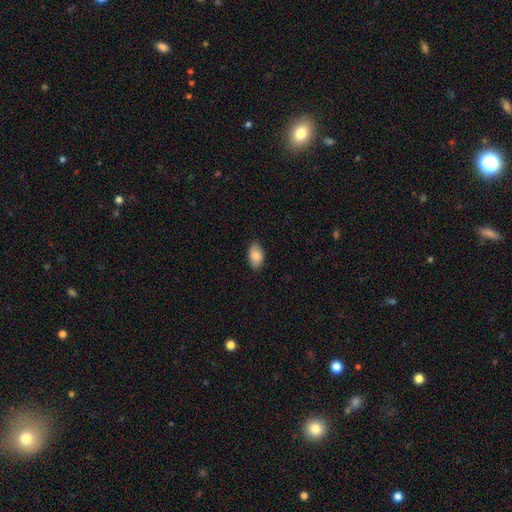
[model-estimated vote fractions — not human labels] A smooth galaxy with no disk features (86%) that is in between round and cigar-shaped (92%).

Vote fractions:
- Smooth or featured? smooth: 86% / featured or disk: 7% / star or artifact: 7%
- How rounded? in between: 92% / round: 6% / cigar-shaped: 1%
- Merging? none: 87% / minor disturbance: 10% / major disturbance: 2% / merger: 1%